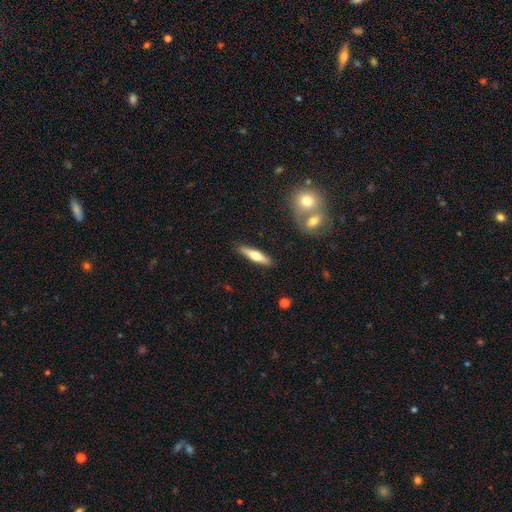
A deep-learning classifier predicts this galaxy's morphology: Q: Smooth or featured?
A: featured or disk (47%); tied with: smooth (47%)
Q: Merging?
A: none (88%); runner-up: minor disturbance (8%)